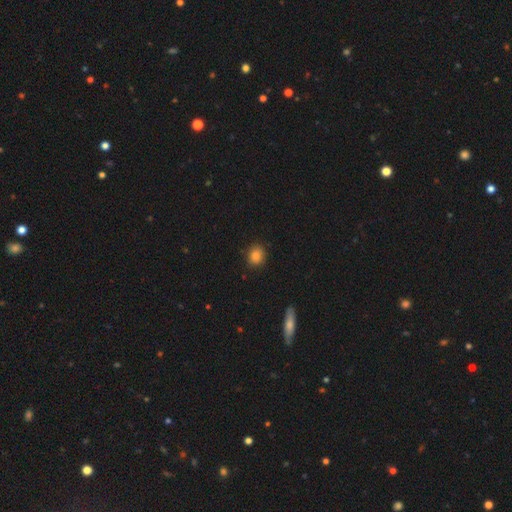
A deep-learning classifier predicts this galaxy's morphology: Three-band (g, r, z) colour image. It shows a smooth galaxy with no disk features (83%) that is round (68%). Merging: none (86%).